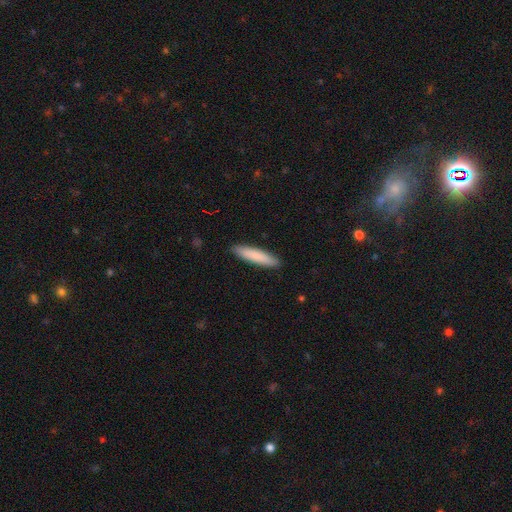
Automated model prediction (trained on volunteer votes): Overall: smooth (84%). How rounded: cigar-shaped (88%). Merging: none (91%).